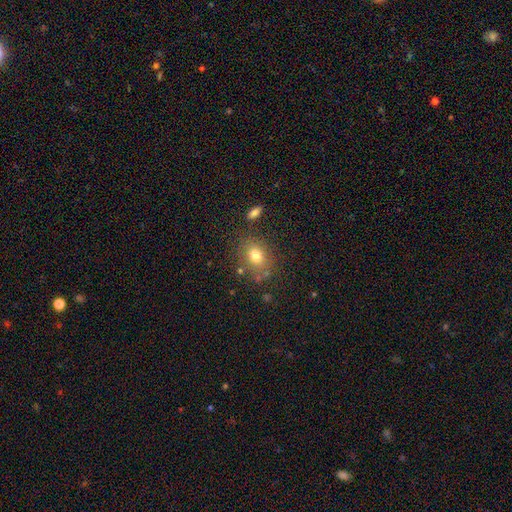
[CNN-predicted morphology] Overall: smooth (76%). How rounded: in between (51%; round 48%). Merging: none (77%).